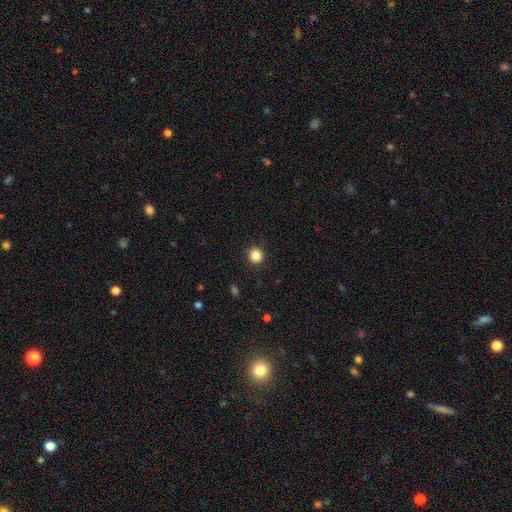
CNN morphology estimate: smooth_or_featured: smooth (p=0.86) [alt: star or artifact p=0.10]
how_rounded: round (p=0.91) [alt: in between p=0.09]
merging: none (p=0.91) [alt: minor disturbance p=0.06]